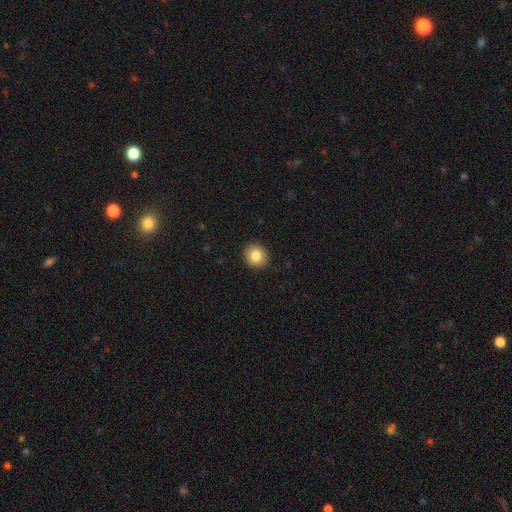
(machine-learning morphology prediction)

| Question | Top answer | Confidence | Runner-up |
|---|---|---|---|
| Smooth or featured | smooth | 84% | star or artifact (9%) |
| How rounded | round | 88% | in between (11%) |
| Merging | none | 92% | minor disturbance (5%) |